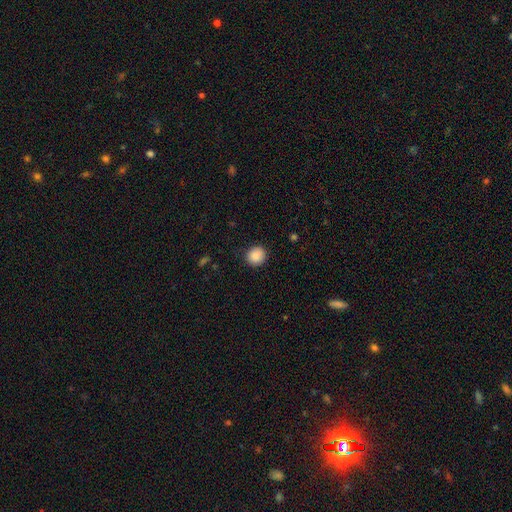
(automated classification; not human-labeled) Overall: smooth (88%). How rounded: round (88%). Merging: none (87%).